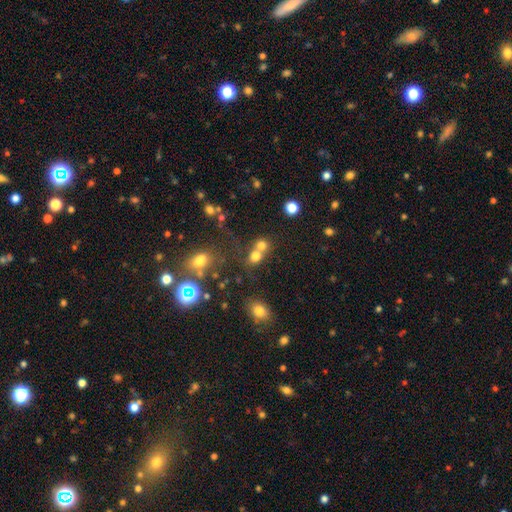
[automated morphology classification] The model was most divided on "merging": merger: 52%, none: 36%, minor disturbance: 7%, major disturbance: 5%. More confident: how rounded — round (74%); smooth or featured — smooth (72%).